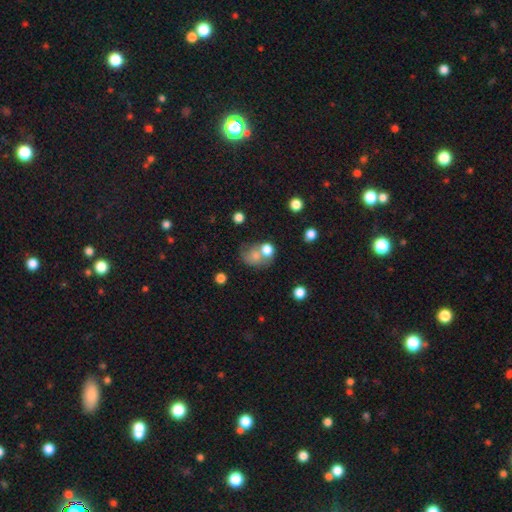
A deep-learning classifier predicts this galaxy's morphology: type=smooth (71%); roundness=round (60%); merging=merger (41%).